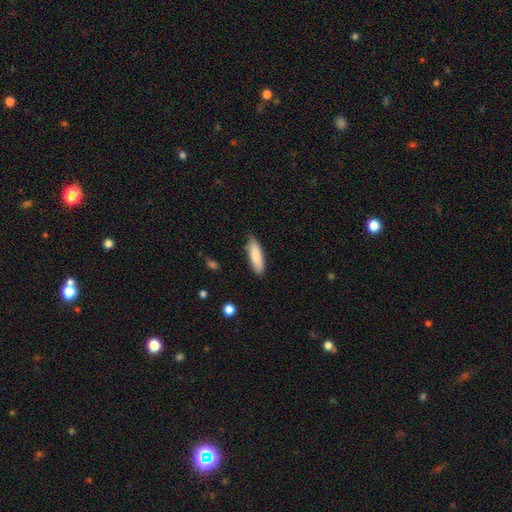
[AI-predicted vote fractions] The model was most divided on "how rounded": cigar-shaped: 57%, in between: 42%, round: 1%. More confident: smooth or featured — smooth (85%); merging — none (84%).